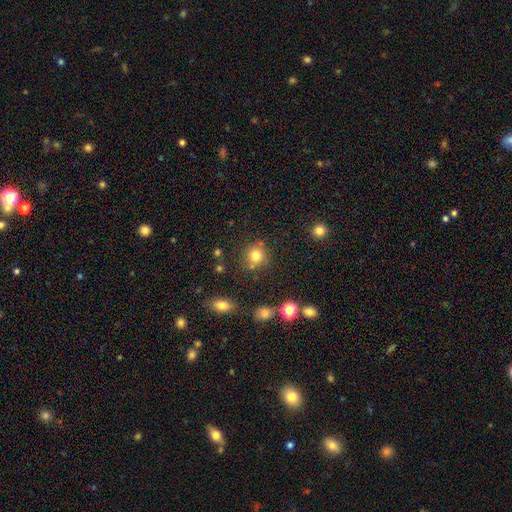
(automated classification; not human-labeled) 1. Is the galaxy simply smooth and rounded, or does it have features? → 77% smooth, 14% star or artifact, 8% featured or disk.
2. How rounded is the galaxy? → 88% round, 11% in between, 1% cigar-shaped.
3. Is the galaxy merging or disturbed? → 73% none, 12% minor disturbance, 10% merger, 4% major disturbance.